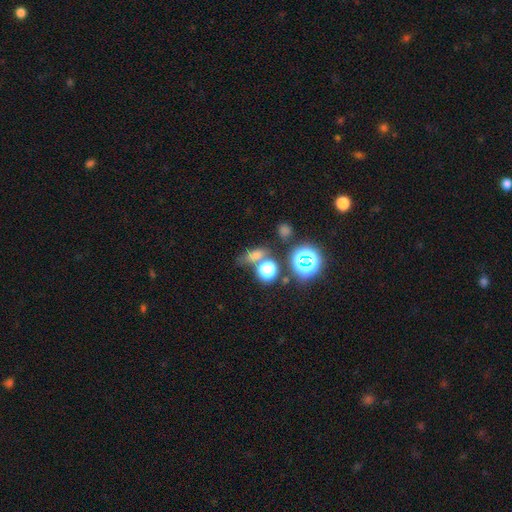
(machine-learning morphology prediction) Smooth or featured? Predicted: smooth (p=0.61). How rounded? Predicted: in between (p=0.57). Merging? Predicted: none (p=0.58).